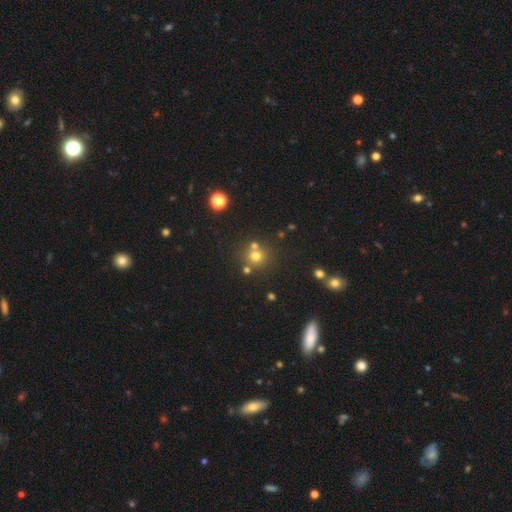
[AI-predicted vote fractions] smooth-or-featured: smooth: 69% | star or artifact: 21% | featured or disk: 11%
  how-rounded: round: 90% | in between: 9% | cigar-shaped: 1%
  merging: none: 67% | merger: 22% | minor disturbance: 8% | major disturbance: 3%